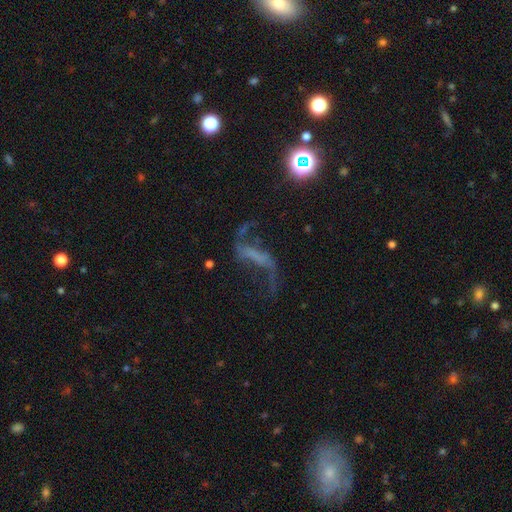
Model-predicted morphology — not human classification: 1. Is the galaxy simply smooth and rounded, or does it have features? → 71% featured or disk, 18% star or artifact, 12% smooth.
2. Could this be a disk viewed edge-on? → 92% no, 8% yes.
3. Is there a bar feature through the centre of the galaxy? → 44% strong, 29% no, 28% weak.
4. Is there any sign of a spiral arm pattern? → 84% yes, 16% no.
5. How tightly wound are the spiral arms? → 87% loose, 10% medium, 3% tight.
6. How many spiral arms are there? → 88% 2, 6% 1, 3% can't tell, 1% 3, 1% 4, 1% more than 4.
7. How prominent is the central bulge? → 72% none, 14% small, 8% moderate, 4% large, 2% dominant.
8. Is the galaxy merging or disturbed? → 53% none, 27% major disturbance, 15% minor disturbance, 5% merger.